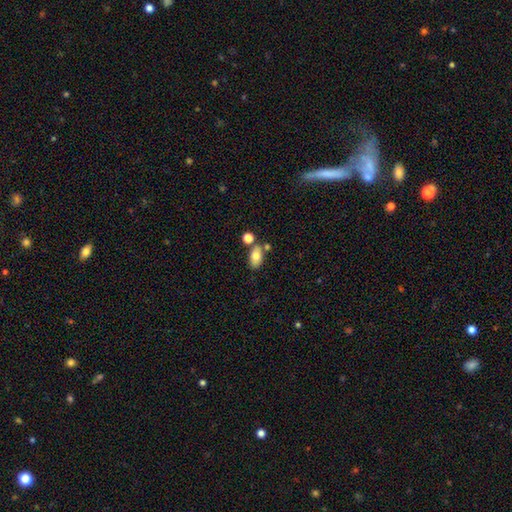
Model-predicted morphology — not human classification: smooth-or-featured: smooth: 78% | featured or disk: 14% | star or artifact: 8%
  how-rounded: in between: 90% | round: 7% | cigar-shaped: 3%
  merging: none: 64% | merger: 20% | minor disturbance: 13% | major disturbance: 4%